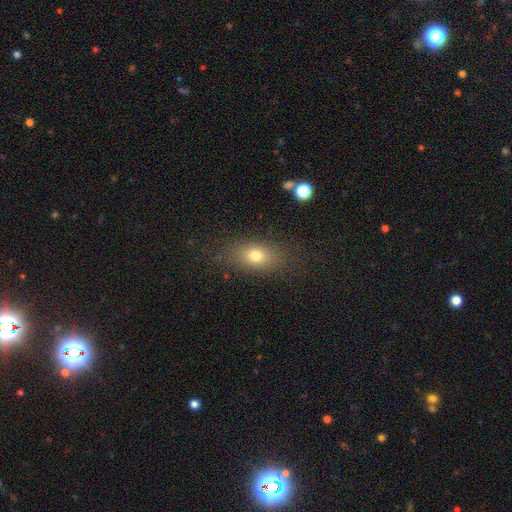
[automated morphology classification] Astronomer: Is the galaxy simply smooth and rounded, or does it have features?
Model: smooth — 75%.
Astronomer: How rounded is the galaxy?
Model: in between — 78%.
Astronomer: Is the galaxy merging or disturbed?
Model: none — 81%.